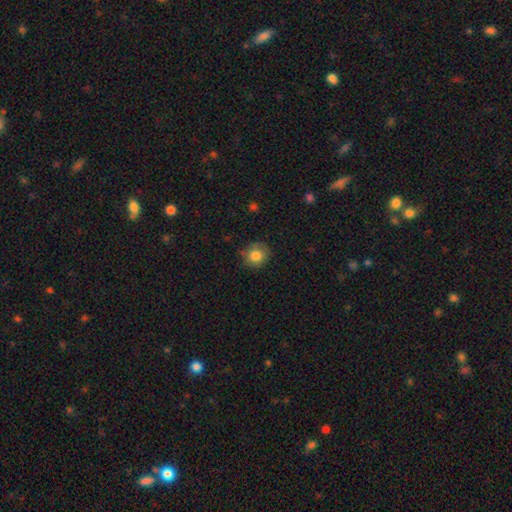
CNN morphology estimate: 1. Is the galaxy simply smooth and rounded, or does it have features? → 82% smooth, 9% star or artifact, 8% featured or disk.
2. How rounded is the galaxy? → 84% round, 15% in between, 1% cigar-shaped.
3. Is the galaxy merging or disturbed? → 77% none, 18% minor disturbance, 4% major disturbance, 1% merger.